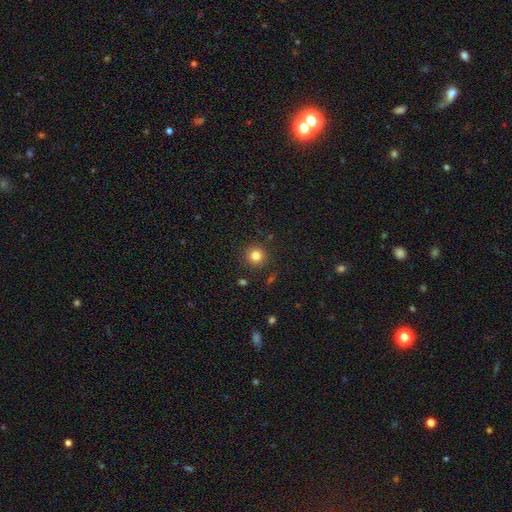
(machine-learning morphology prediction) Smooth or featured?
  - smooth: 83% *
  - star or artifact: 12%
  - featured or disk: 5%
How rounded?
  - round: 93% *
  - in between: 6%
  - cigar-shaped: 1%
Merging?
  - none: 88% *
  - minor disturbance: 7%
  - major disturbance: 3%
  - merger: 2%